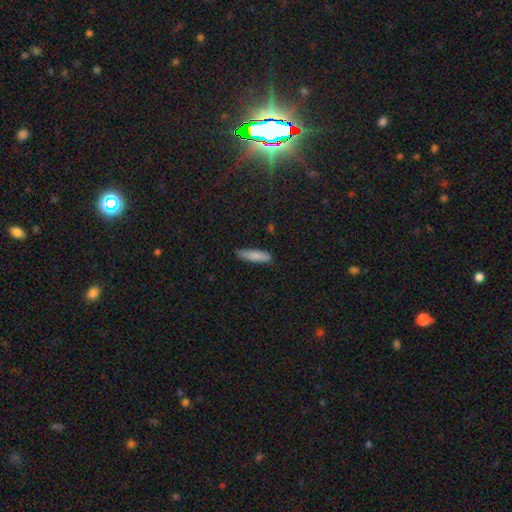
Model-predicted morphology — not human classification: smooth_or_featured: smooth (p=0.84) [alt: featured or disk p=0.10]
how_rounded: cigar-shaped (p=0.76) [alt: in between p=0.22]
merging: none (p=0.81) [alt: minor disturbance p=0.16]